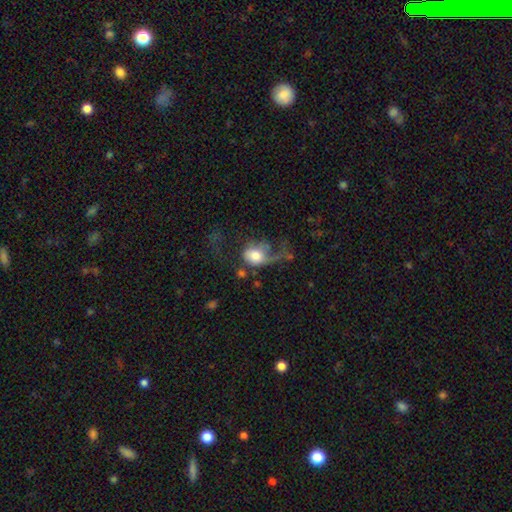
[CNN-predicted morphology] Smooth or featured? Predicted: smooth (p=0.59). How rounded? Predicted: round (p=0.51). Merging? Predicted: major disturbance (p=0.56).